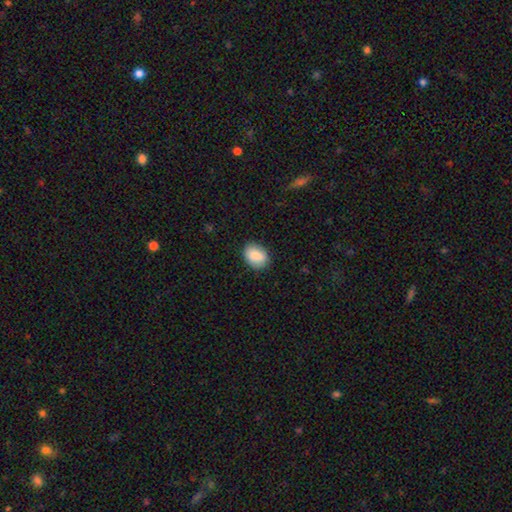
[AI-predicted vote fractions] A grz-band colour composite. It shows a smooth galaxy with no disk features (85%) that is in between round and cigar-shaped (67%). Merging: none (87%).